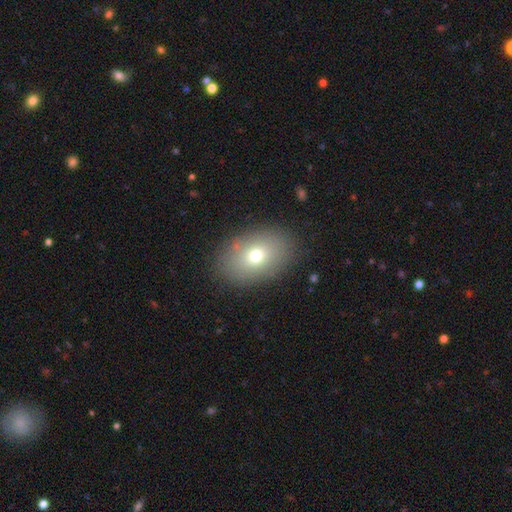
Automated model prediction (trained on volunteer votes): A smooth galaxy with no disk features (72%) that is in between round and cigar-shaped (80%). Merging: none (86%).